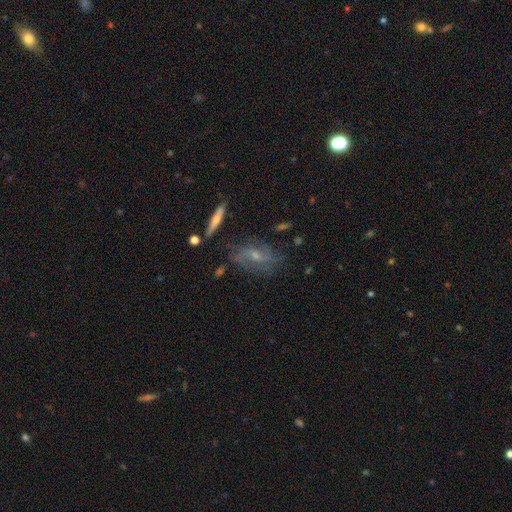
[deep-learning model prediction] Smooth or featured: featured or disk — 70% (smooth — 19%)
Edge-on disk: no — 86% (yes — 14%)
Bar: no — 44% (weak — 43%)
Spiral arms: yes — 82% (no — 18%)
Bulge size: small — 52% (moderate — 39%)
Merging: none — 66% (minor disturbance — 19%)